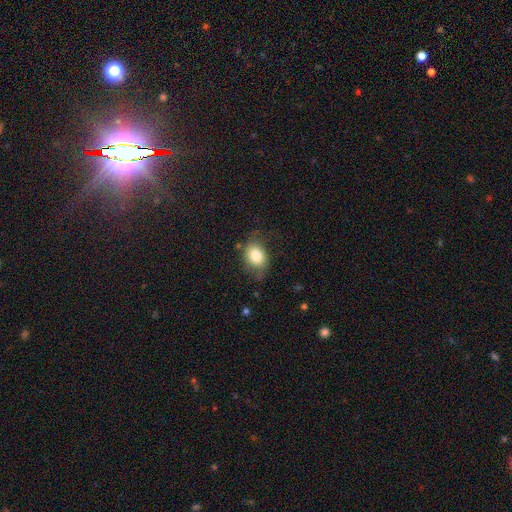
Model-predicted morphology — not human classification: type=smooth (81%); roundness=in between (66%); merging=none (64%).